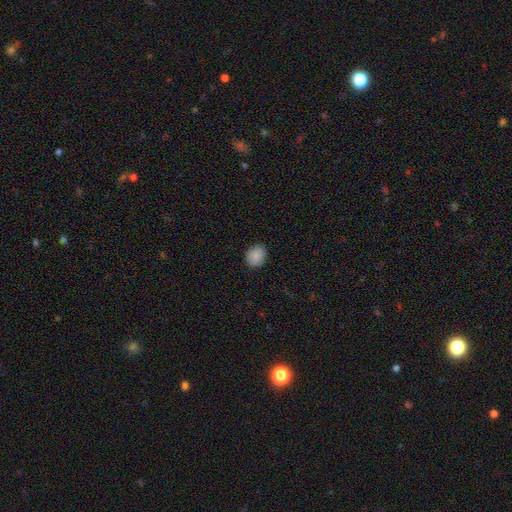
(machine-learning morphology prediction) smooth 88%, star or artifact 8%, featured or disk 4%. Down the decision tree: how rounded — round (56%); merging — none (88%).